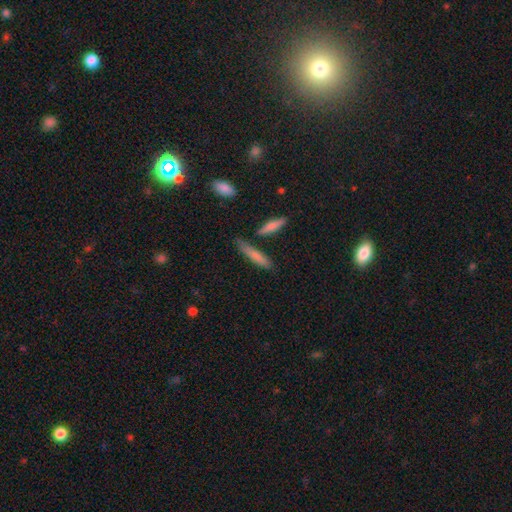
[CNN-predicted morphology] Smooth or featured? Predicted: smooth (p=0.75). How rounded? Predicted: cigar-shaped (p=0.83). Merging? Predicted: none (p=0.73).